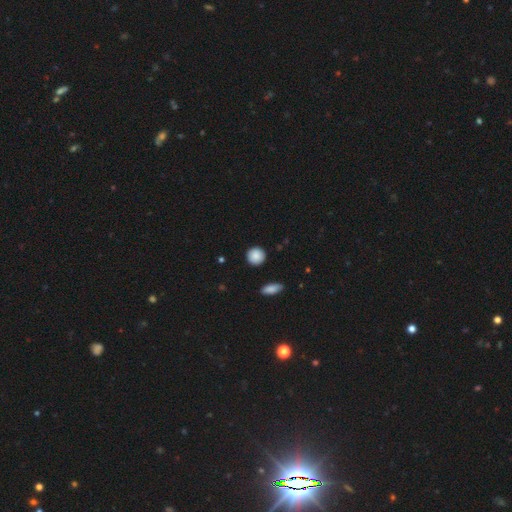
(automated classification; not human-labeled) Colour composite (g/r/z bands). It shows a smooth galaxy with no disk features (88%) that is round (92%). Merging: none (89%).